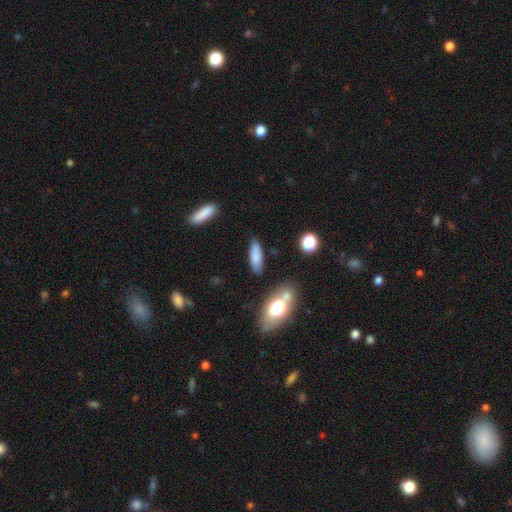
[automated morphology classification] Smooth or featured?
  - smooth: 80% *
  - featured or disk: 12%
  - star or artifact: 8%
How rounded?
  - in between: 52% *
  - cigar-shaped: 45%
  - round: 3%
Merging?
  - none: 80% *
  - minor disturbance: 12%
  - merger: 4%
  - major disturbance: 3%